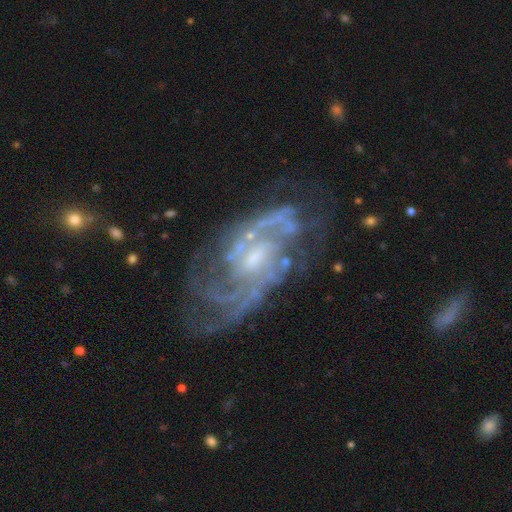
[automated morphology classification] featured or disk 90%, star or artifact 6%, smooth 4%. Down the decision tree: edge-on disk — no (96%); bar — weak (47%); spiral arms — yes (96%); spiral arm count — 2 (37%); spiral winding — tight (46%); bulge size — small (48%); merging — none (68%).